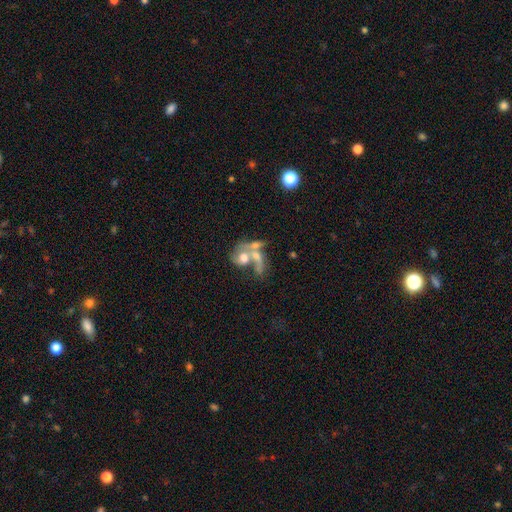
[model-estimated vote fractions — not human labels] smooth-or-featured: featured or disk: 50% | smooth: 40% | star or artifact: 10%
  merging: merger: 63% | none: 15% | major disturbance: 14% | minor disturbance: 8%